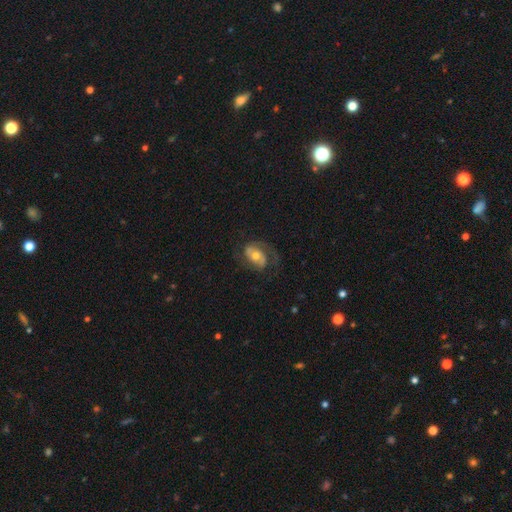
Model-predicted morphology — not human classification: Smooth or featured?
  - featured or disk: 70% *
  - smooth: 23%
  - star or artifact: 7%
Edge-on disk?
  - no: 96% *
  - yes: 4%
Bar?
  - no: 54% *
  - weak: 32%
  - strong: 14%
Spiral arms?
  - yes: 89% *
  - no: 11%
Spiral winding?
  - medium: 46% *
  - loose: 30%
  - tight: 23%
Spiral arm count?
  - 2: 76% *
  - 1: 12%
  - can't tell: 8%
  - 3: 2%
  - 4: 1%
  - more than 4: 1%
Bulge size?
  - moderate: 69% *
  - small: 19%
  - large: 9%
  - none: 1%
  - dominant: 1%
Merging?
  - none: 61% *
  - minor disturbance: 19%
  - major disturbance: 19%
  - merger: 2%